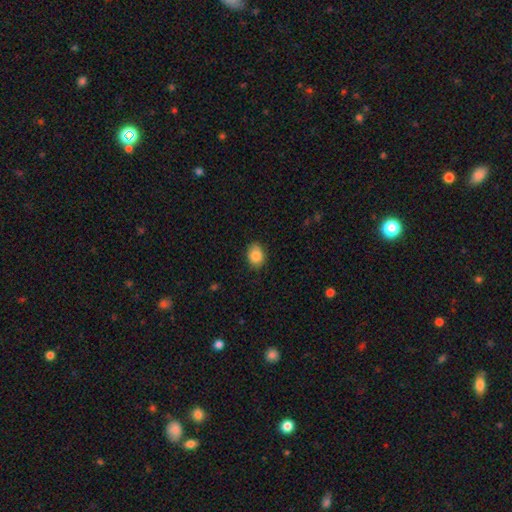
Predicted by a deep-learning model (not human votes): A smooth galaxy with no disk features (87%) that is in between round and cigar-shaped (61%). Merging: none (82%).